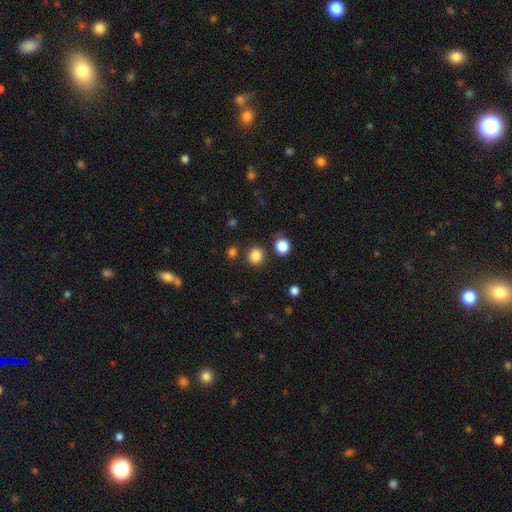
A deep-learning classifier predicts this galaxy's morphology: smooth-or-featured: smooth: 84% | star or artifact: 13% | featured or disk: 4%
  how-rounded: round: 90% | in between: 9% | cigar-shaped: 1%
  merging: none: 86% | minor disturbance: 7% | merger: 5% | major disturbance: 3%